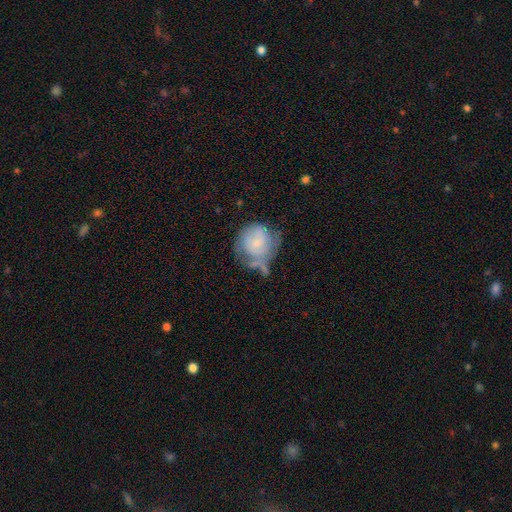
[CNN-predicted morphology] Smooth or featured: featured or disk — 48% (smooth — 37%)
Merging: none — 53% (minor disturbance — 24%)